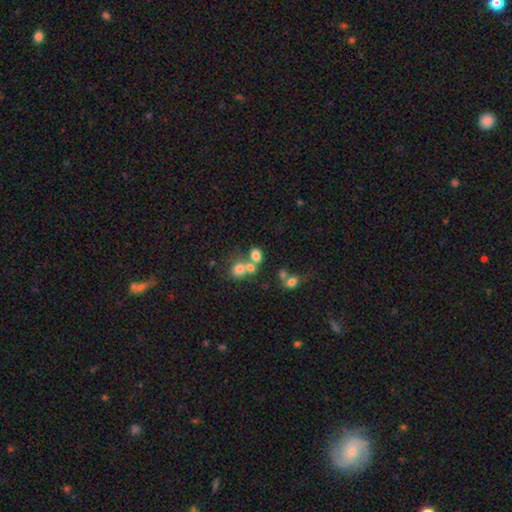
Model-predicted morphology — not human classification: smooth 72%, star or artifact 14%, featured or disk 13%. Down the decision tree: how rounded — in between (50%); merging — merger (46%).